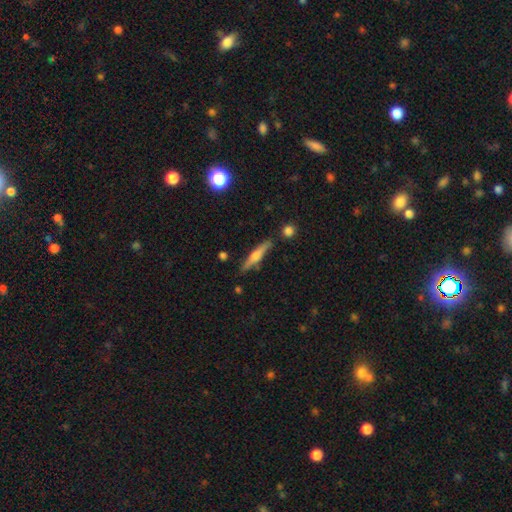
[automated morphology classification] Smooth or featured?
  - featured or disk: 52% *
  - smooth: 41%
  - star or artifact: 7%
Edge-on disk?
  - yes: 95% *
  - no: 5%
Merging?
  - none: 84% *
  - minor disturbance: 11%
  - merger: 3%
  - major disturbance: 2%